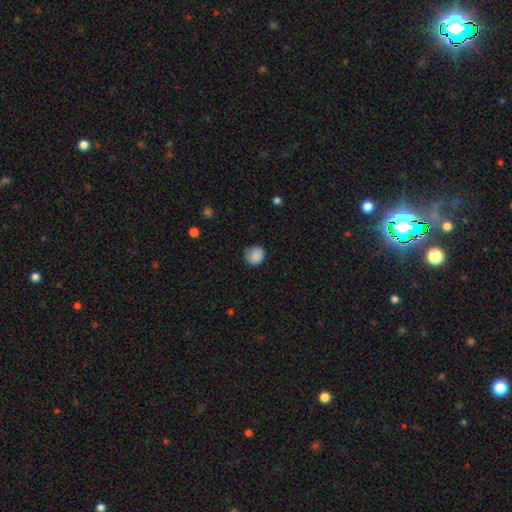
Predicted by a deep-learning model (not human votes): smooth-or-featured: smooth: 85% | star or artifact: 8% | featured or disk: 7%
  how-rounded: round: 84% | in between: 15% | cigar-shaped: 1%
  merging: none: 68% | minor disturbance: 25% | major disturbance: 6% | merger: 1%